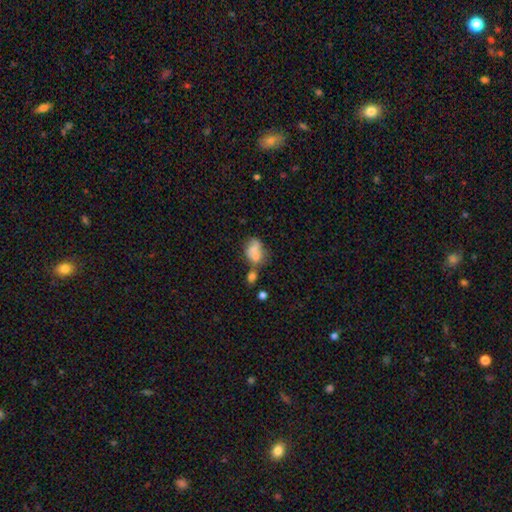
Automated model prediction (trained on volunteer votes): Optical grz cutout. It shows a smooth galaxy with no disk features (55%) that is in between round and cigar-shaped (62%). Merging: none (40%).